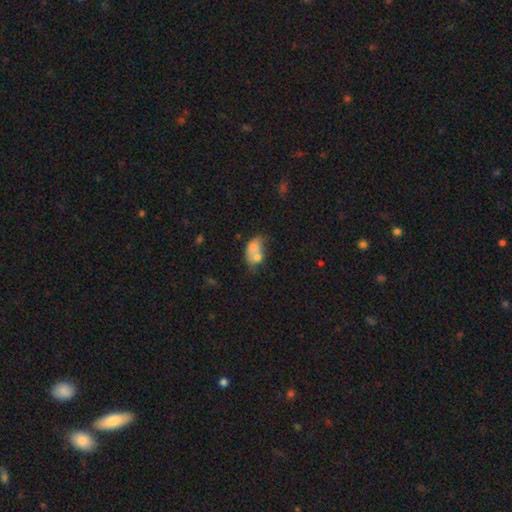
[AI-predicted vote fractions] Smooth or featured? smooth (68%)
How rounded? in between (81%)
Merging? merger (48%)